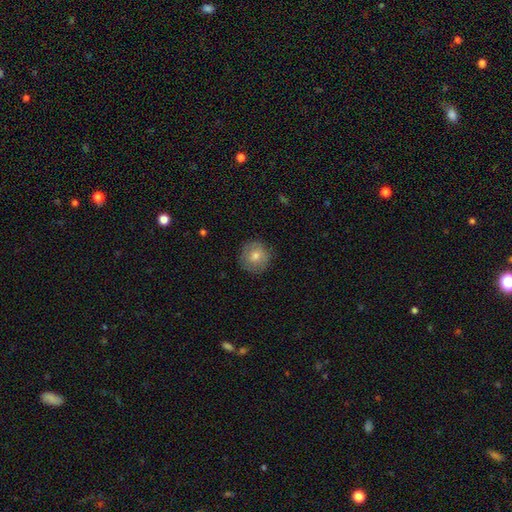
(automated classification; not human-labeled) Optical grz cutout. It shows a smooth galaxy with no disk features (68%) that is round (94%). Merging: none (87%).